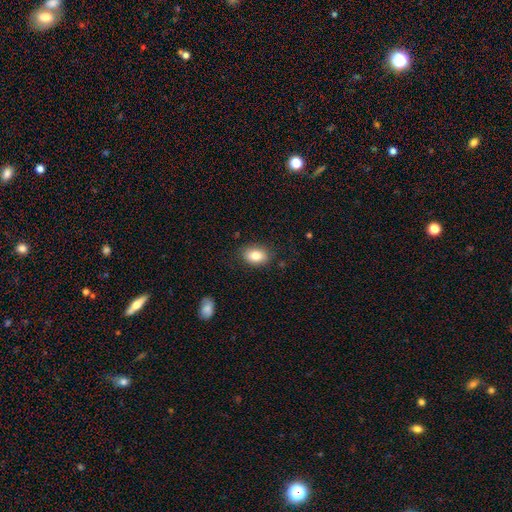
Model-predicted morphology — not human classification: A smooth galaxy with no disk features (82%) that is in between round and cigar-shaped (81%).

Vote fractions:
- Smooth or featured? smooth: 82% / featured or disk: 10% / star or artifact: 8%
- How rounded? in between: 81% / round: 18% / cigar-shaped: 1%
- Merging? none: 84% / minor disturbance: 11% / major disturbance: 3% / merger: 1%